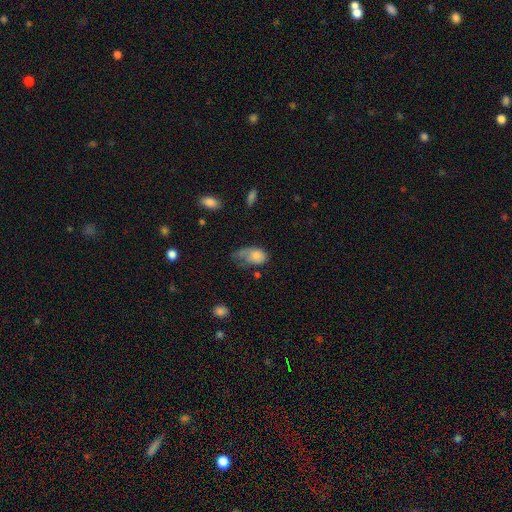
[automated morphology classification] type=smooth (72%); roundness=in between (87%); merging=major disturbance (40%).